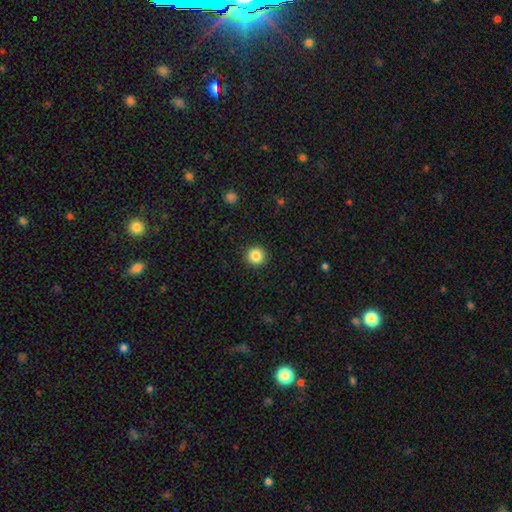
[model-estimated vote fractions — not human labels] Smooth or featured? smooth (85%)
How rounded? round (95%)
Merging? none (92%)